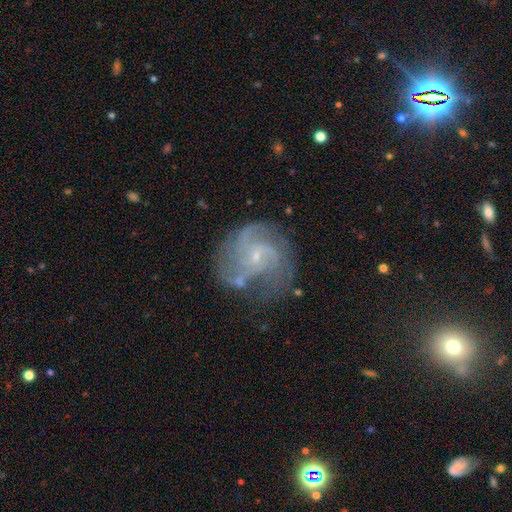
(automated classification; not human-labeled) Overall: featured or disk (85%). Edge-on disk: no (98%). Bar: no (59%; weak 36%). Spiral arms: yes (95%). Spiral arm count: 3 (33%; can't tell 21%). Spiral winding: medium (49%; tight 33%). Bulge size: small (83%). Merging: none (58%; minor disturbance 22%).